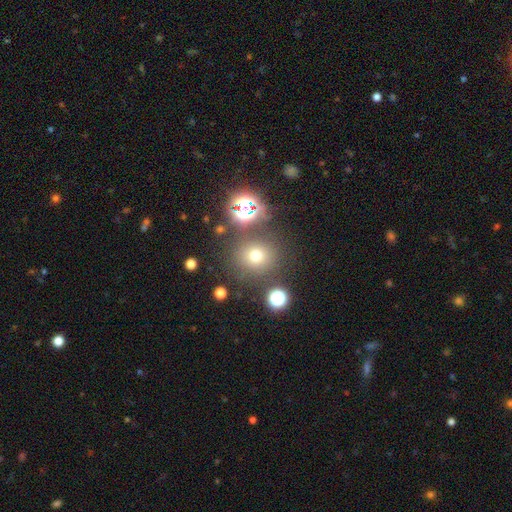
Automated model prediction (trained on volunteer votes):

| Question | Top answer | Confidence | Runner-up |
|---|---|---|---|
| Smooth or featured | smooth | 66% | star or artifact (25%) |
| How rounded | round | 90% | in between (9%) |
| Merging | none | 81% | minor disturbance (9%) |